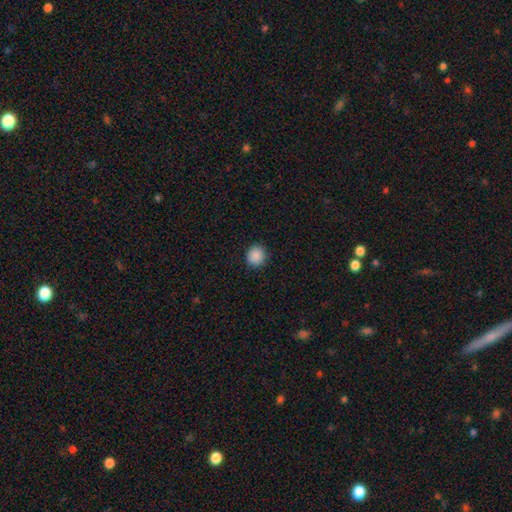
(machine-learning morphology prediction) smooth_or_featured: smooth (p=0.89) [alt: star or artifact p=0.09]
how_rounded: round (p=0.89) [alt: in between p=0.10]
merging: none (p=0.90) [alt: minor disturbance p=0.07]